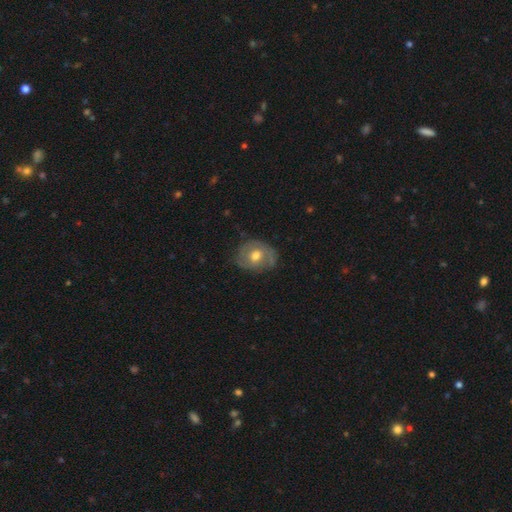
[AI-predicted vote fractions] A featured or disk galaxy (56%) with no bar (73%), spiral arms (64%) and a moderate central bulge (77%).

Vote fractions:
- Smooth or featured? featured or disk: 56% / smooth: 37% / star or artifact: 7%
- Edge-on disk? no: 96% / yes: 4%
- Bar? no: 73% / weak: 22% / strong: 5%
- Spiral arms? yes: 64% / no: 36%
- Bulge size? moderate: 77% / small: 11% / large: 10% / none: 1% / dominant: 1%
- Merging? none: 68% / minor disturbance: 23% / major disturbance: 7% / merger: 1%